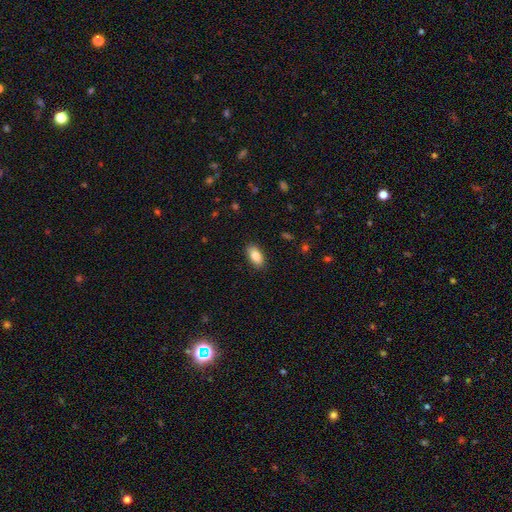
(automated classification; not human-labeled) This is clearly a smooth galaxy (85%). How rounded: clearly in between (92%). Merging: clearly none (88%).